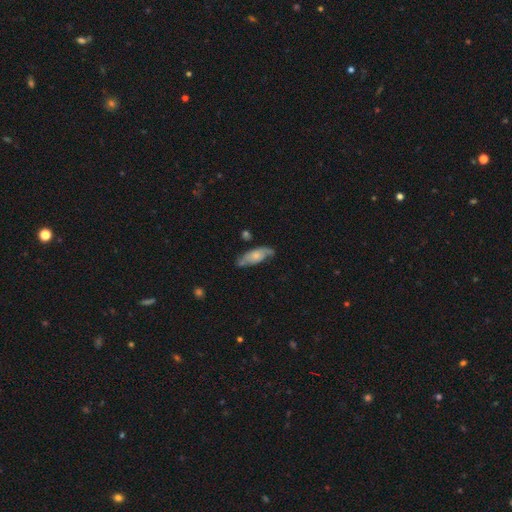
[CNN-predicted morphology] smooth_or_featured: featured or disk (p=0.47) [alt: smooth p=0.46]
merging: none (p=0.60) [alt: minor disturbance p=0.27]